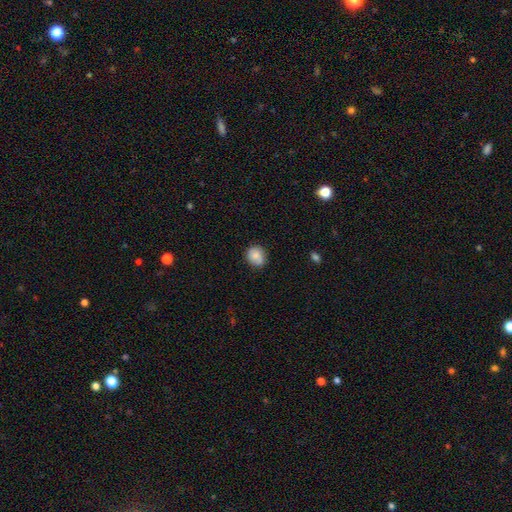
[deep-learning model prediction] Morphology: type=smooth (79%); roundness=round (77%); merging=none (72%).